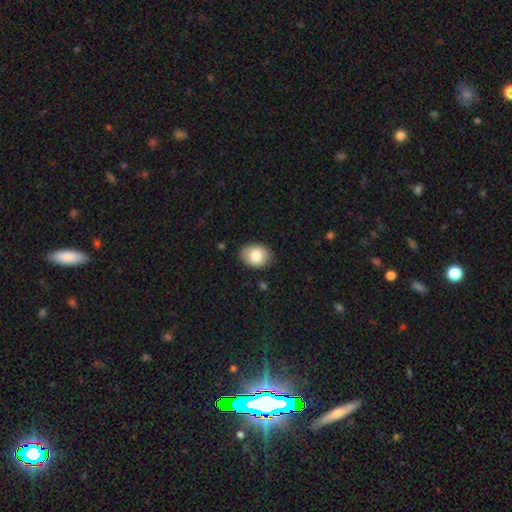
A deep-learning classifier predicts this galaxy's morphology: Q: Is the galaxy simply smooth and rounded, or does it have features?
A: smooth — 83%.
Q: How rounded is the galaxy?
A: in between — 68%.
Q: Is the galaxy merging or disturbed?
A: none — 86%.